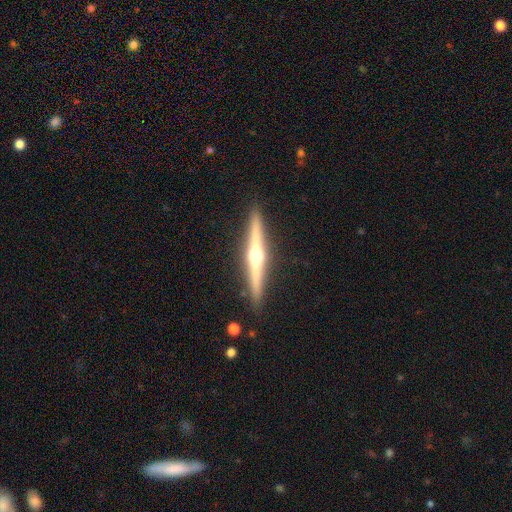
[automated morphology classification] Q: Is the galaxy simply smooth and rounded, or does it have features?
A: featured or disk — 78%.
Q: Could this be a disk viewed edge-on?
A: yes — 98%.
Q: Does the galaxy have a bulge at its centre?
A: rounded — 95%.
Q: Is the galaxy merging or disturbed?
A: none — 91%.